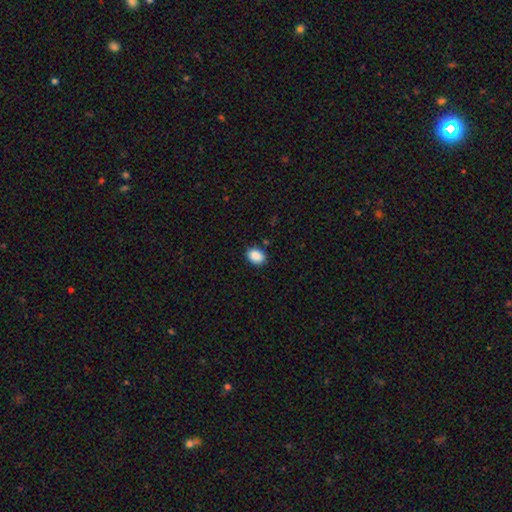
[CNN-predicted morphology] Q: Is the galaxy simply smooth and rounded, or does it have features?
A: smooth — 89%.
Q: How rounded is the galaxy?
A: in between — 71%.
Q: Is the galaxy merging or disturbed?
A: none — 86%.